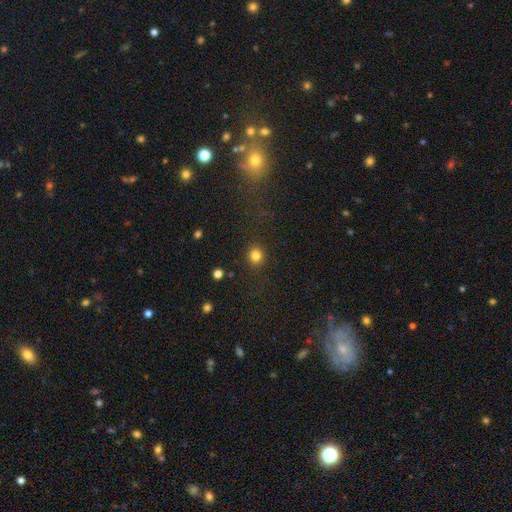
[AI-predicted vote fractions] Smooth or featured?
  - smooth: 82% *
  - star or artifact: 13%
  - featured or disk: 5%
How rounded?
  - round: 88% *
  - in between: 11%
  - cigar-shaped: 1%
Merging?
  - none: 89% *
  - minor disturbance: 7%
  - major disturbance: 3%
  - merger: 1%